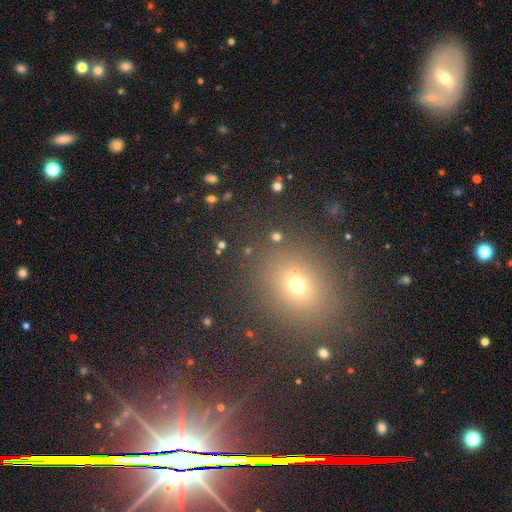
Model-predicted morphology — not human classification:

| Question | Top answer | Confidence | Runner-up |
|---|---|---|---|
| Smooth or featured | smooth | 43% | star or artifact (42%) |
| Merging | none | 87% | minor disturbance (7%) |